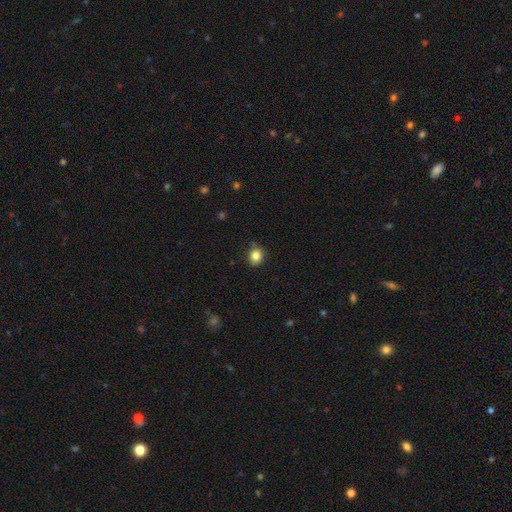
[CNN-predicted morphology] smooth-or-featured: smooth: 84% | star or artifact: 10% | featured or disk: 6%
  how-rounded: round: 63% | in between: 36% | cigar-shaped: 1%
  merging: none: 81% | minor disturbance: 15% | major disturbance: 3% | merger: 2%